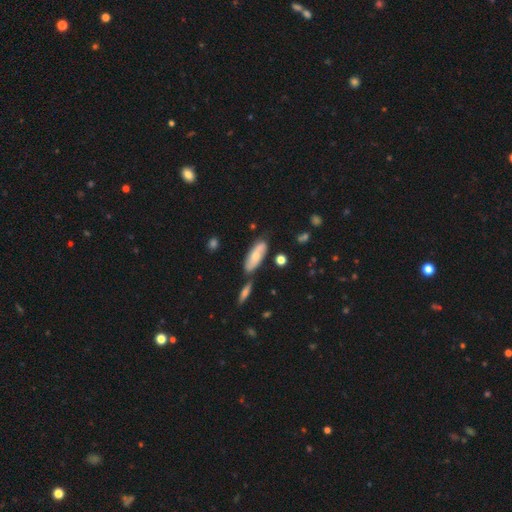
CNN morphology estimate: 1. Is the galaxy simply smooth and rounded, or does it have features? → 56% smooth, 37% featured or disk, 7% star or artifact.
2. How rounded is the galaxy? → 68% in between, 30% cigar-shaped, 2% round.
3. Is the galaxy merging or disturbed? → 61% none, 18% minor disturbance, 16% merger, 5% major disturbance.